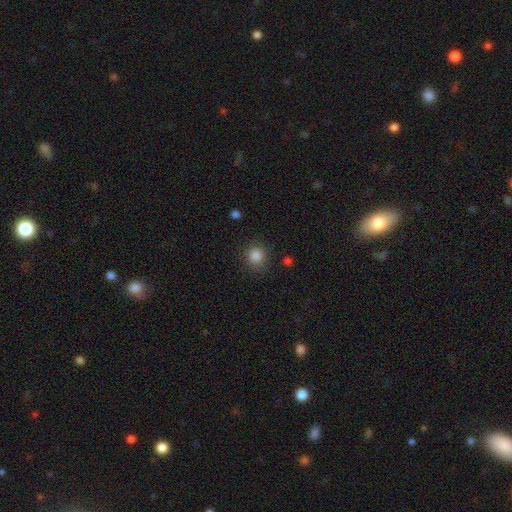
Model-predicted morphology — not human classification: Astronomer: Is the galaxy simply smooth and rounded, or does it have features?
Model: smooth — 85%.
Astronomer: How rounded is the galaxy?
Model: round — 89%.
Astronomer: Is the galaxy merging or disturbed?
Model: none — 84%.